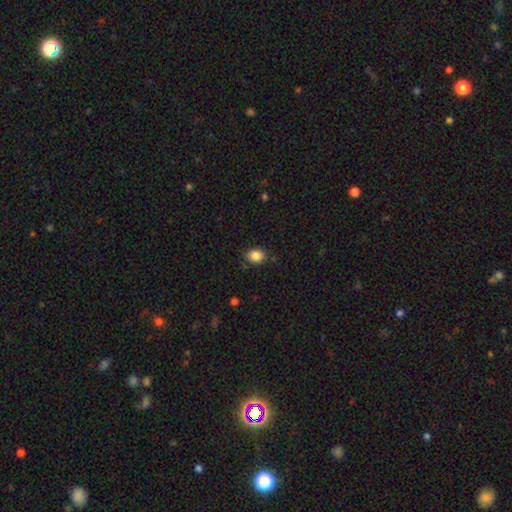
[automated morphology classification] smooth_or_featured: smooth (p=0.86) [alt: star or artifact p=0.10]
how_rounded: round (p=0.57) [alt: in between p=0.42]
merging: none (p=0.85) [alt: minor disturbance p=0.11]